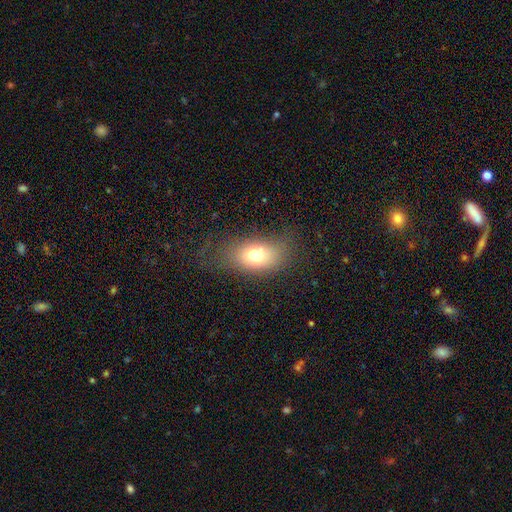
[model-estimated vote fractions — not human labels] Smooth or featured? smooth (71%)
How rounded? in between (81%)
Merging? none (65%)